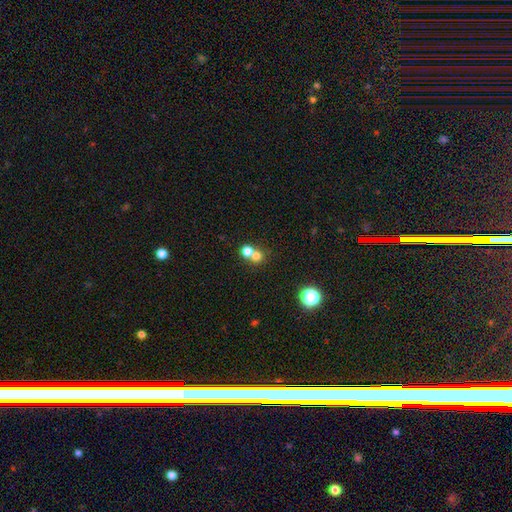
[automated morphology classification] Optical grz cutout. It shows a smooth galaxy with no disk features (70%) that is round (85%). Merging: merger (51%).